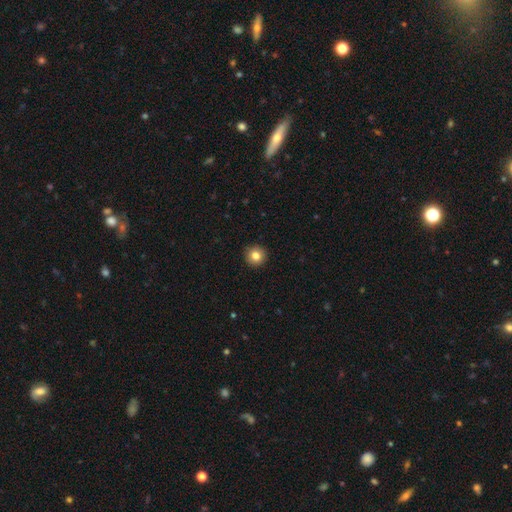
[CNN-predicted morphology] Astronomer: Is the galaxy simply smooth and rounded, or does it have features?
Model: smooth — 83%.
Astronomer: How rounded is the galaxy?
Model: round — 95%.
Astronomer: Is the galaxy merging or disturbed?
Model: none — 93%.